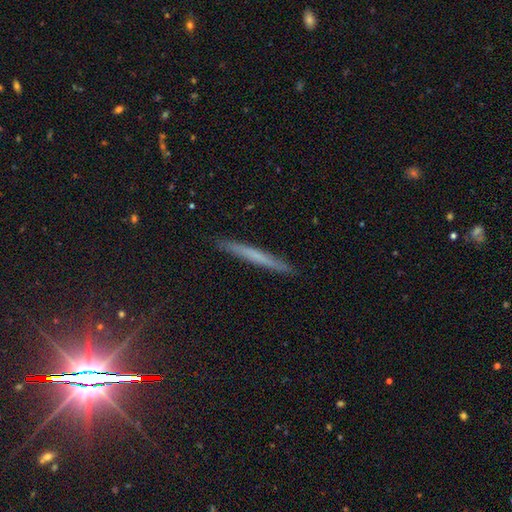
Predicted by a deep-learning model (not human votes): smooth 52%, featured or disk 39%, star or artifact 9%. Down the decision tree: how rounded — cigar-shaped (97%); merging — none (91%).